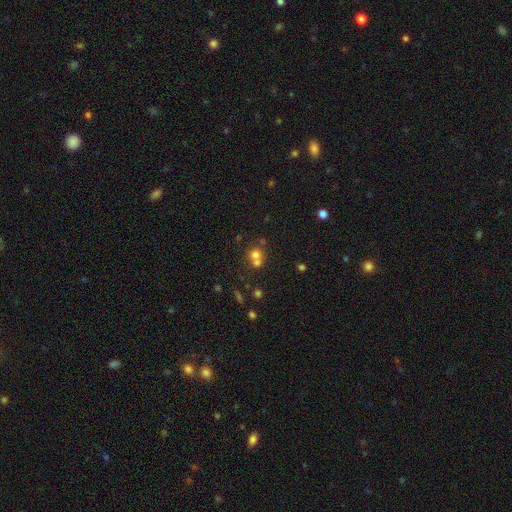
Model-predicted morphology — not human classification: Overall: smooth (67%). How rounded: round (85%). Merging: merger (53%; none 39%).